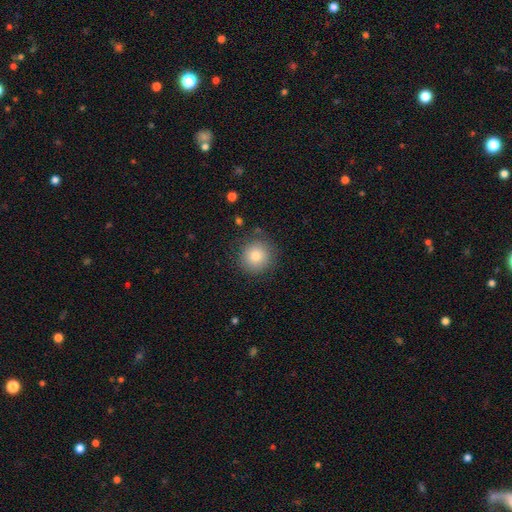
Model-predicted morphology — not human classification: The model was most divided on "smooth or featured": smooth: 82%, star or artifact: 10%, featured or disk: 8%. More confident: how rounded — round (94%); merging — none (86%).